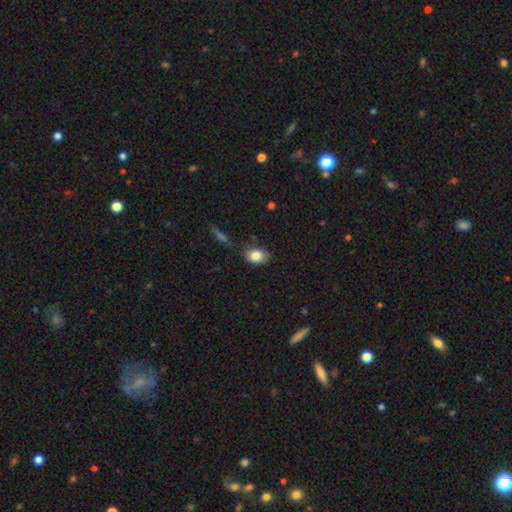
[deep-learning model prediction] smooth-or-featured: smooth: 83% | featured or disk: 9% | star or artifact: 8%
  how-rounded: in between: 77% | round: 22% | cigar-shaped: 1%
  merging: none: 70% | minor disturbance: 21% | major disturbance: 5% | merger: 4%